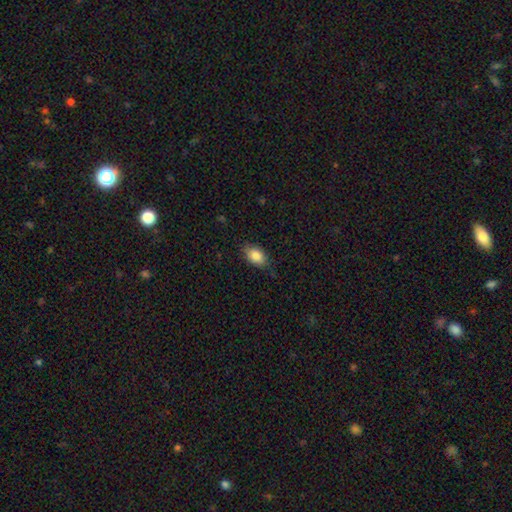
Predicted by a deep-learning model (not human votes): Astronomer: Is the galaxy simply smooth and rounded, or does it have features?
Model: smooth — 86%.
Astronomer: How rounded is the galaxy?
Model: in between — 88%.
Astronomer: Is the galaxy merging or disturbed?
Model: none — 76%.